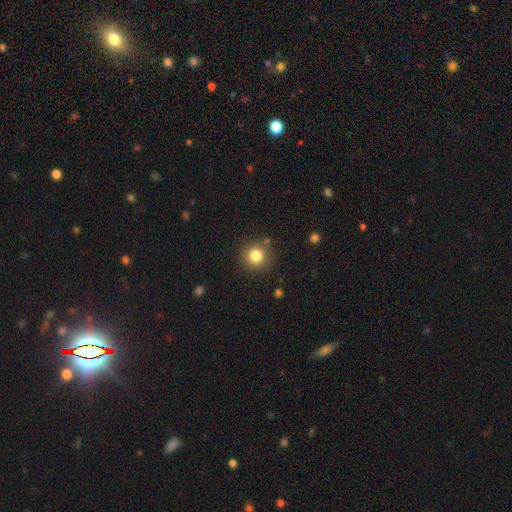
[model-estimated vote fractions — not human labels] The model was most divided on "smooth or featured": smooth: 82%, star or artifact: 11%, featured or disk: 6%. More confident: how rounded — round (93%); merging — none (85%).